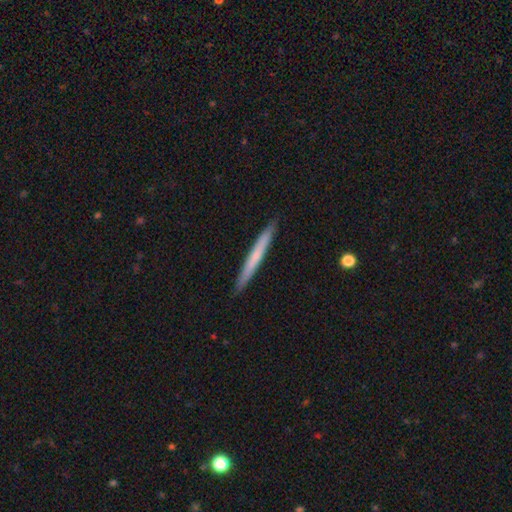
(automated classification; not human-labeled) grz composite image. It shows a smooth galaxy with no disk features (58%) that is cigar-shaped (97%). Merging: none (92%).